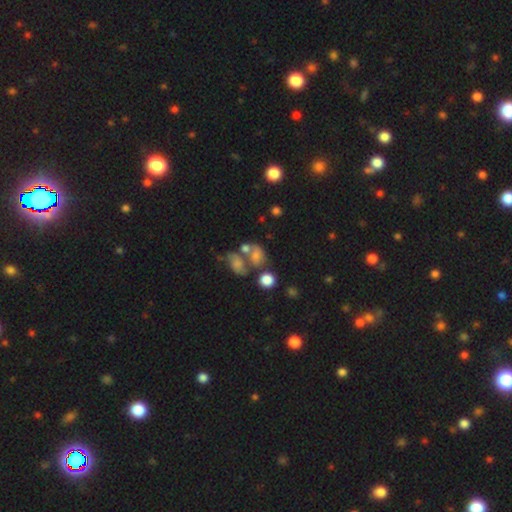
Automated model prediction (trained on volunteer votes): smooth_or_featured: smooth (p=0.58) [alt: featured or disk p=0.26]
how_rounded: in between (p=0.62) [alt: round p=0.35]
merging: merger (p=0.44) [alt: none p=0.28]